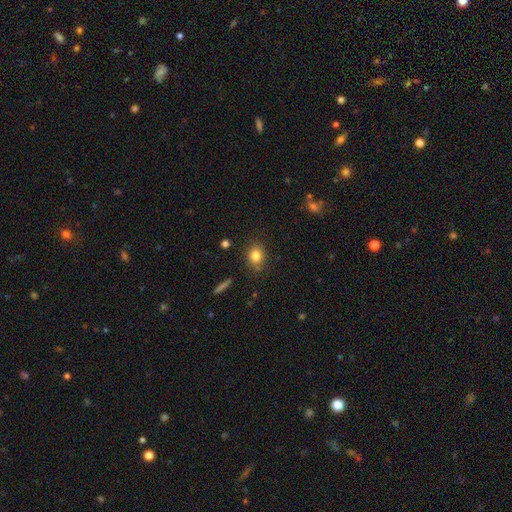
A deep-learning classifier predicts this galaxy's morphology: A smooth galaxy with no disk features (81%) that is round (59%). Merging: none (81%).